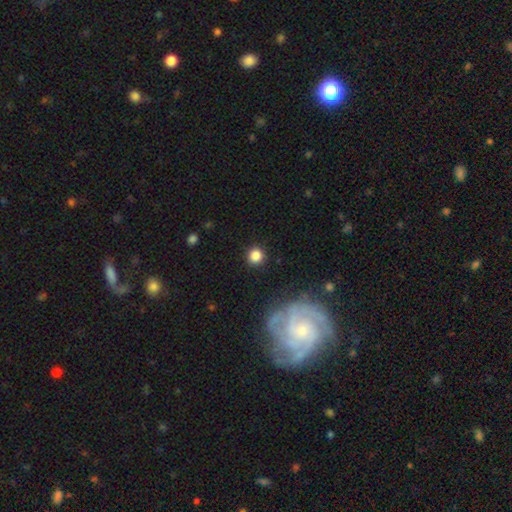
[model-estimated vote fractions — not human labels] The model was most divided on "smooth or featured": smooth: 84%, star or artifact: 11%, featured or disk: 5%. More confident: how rounded — round (93%); merging — none (91%).